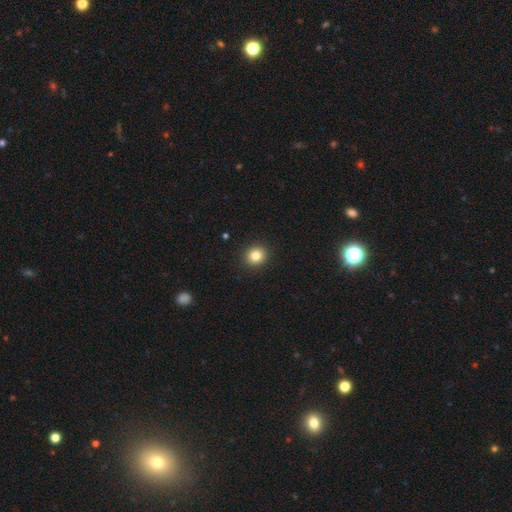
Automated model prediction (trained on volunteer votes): smooth_or_featured: smooth (p=0.83) [alt: star or artifact p=0.11]
how_rounded: round (p=0.86) [alt: in between p=0.13]
merging: none (p=0.92) [alt: minor disturbance p=0.05]